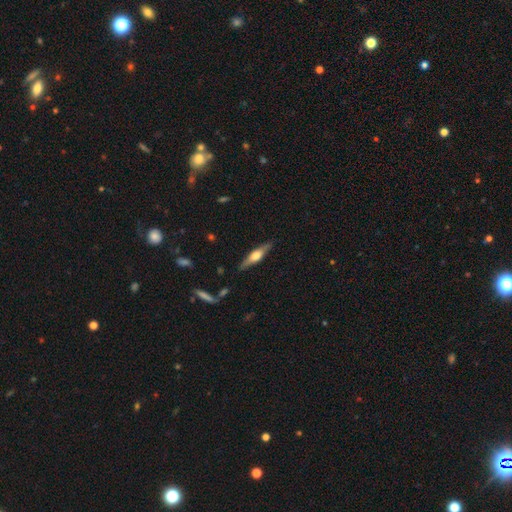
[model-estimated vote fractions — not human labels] Smooth or featured?
  - featured or disk: 63% *
  - smooth: 31%
  - star or artifact: 6%
Edge-on disk?
  - yes: 95% *
  - no: 5%
Edge-on bulge?
  - rounded: 89% *
  - boxy: 9%
  - none: 3%
Merging?
  - none: 87% *
  - minor disturbance: 10%
  - major disturbance: 2%
  - merger: 1%